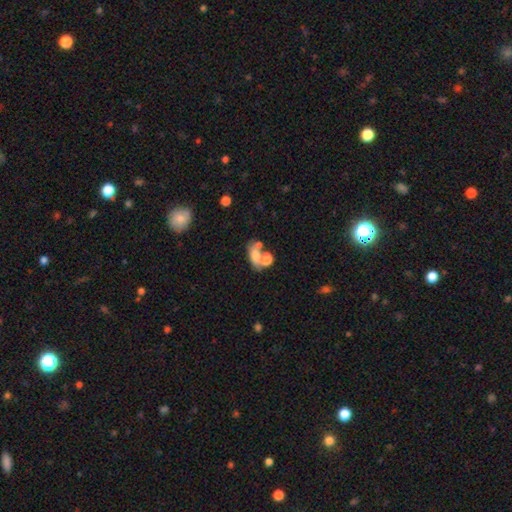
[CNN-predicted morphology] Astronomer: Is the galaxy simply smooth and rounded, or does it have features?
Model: smooth — 69%.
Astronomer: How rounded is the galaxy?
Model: in between — 79%.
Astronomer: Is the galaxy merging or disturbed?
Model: merger — 47% (runner-up: none, 32%).